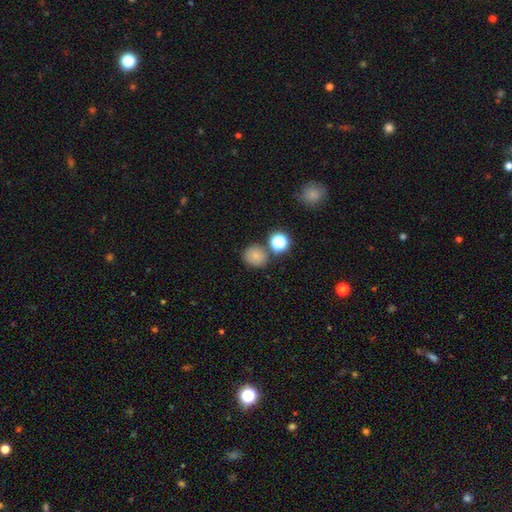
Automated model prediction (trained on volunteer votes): This is likely a smooth galaxy (78%). How rounded: likely round (79%). Merging: likely none (72%).